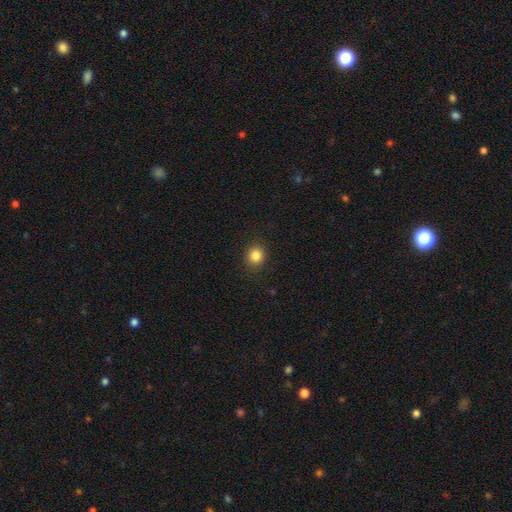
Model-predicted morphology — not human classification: A smooth galaxy with no disk features (85%) that is round (81%). Merging: none (90%).